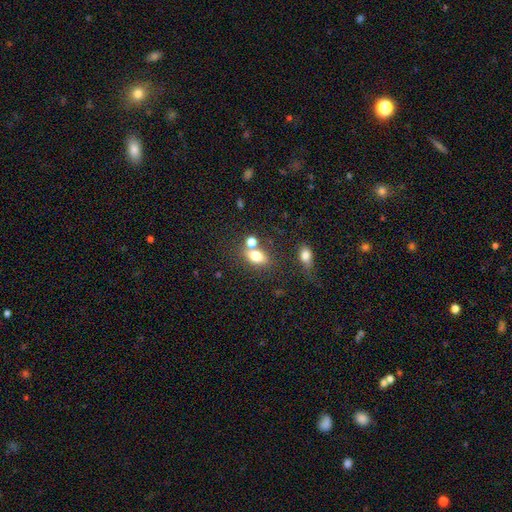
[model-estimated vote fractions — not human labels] smooth-or-featured: smooth: 75% | featured or disk: 14% | star or artifact: 12%
  how-rounded: in between: 76% | round: 20% | cigar-shaped: 5%
  merging: none: 56% | merger: 27% | minor disturbance: 12% | major disturbance: 5%